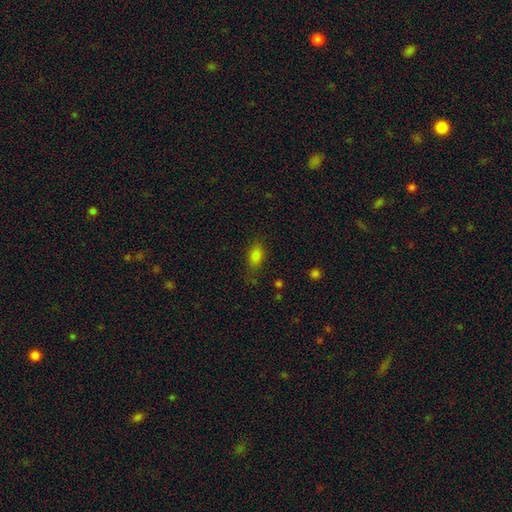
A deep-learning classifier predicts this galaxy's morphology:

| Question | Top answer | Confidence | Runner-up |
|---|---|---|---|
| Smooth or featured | smooth | 81% | star or artifact (12%) |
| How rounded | in between | 84% | round (10%) |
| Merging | none | 70% | minor disturbance (21%) |